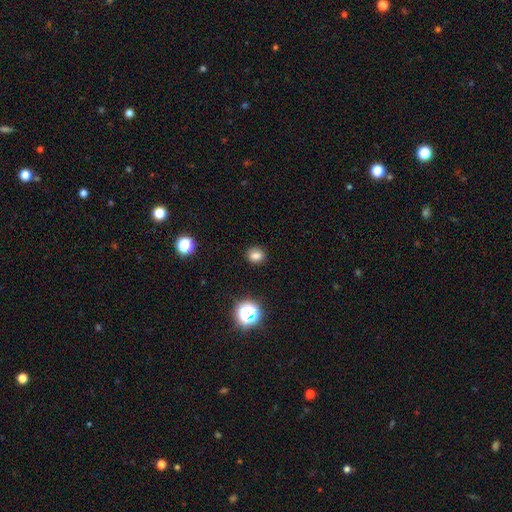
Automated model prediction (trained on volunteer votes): smooth 77%, star or artifact 16%, featured or disk 7%. Down the decision tree: how rounded — round (59%); merging — none (86%).